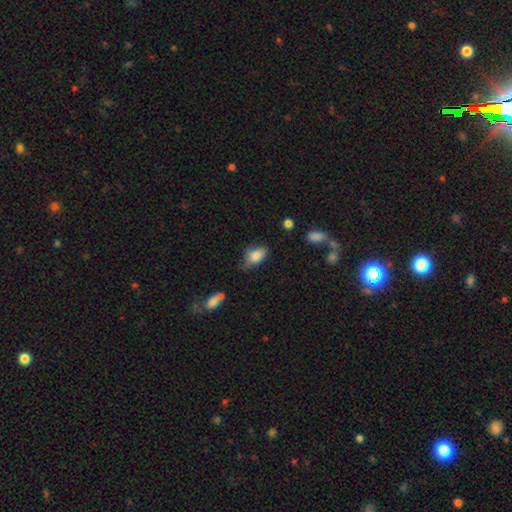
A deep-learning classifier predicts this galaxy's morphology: Smooth or featured?
  - smooth: 83% *
  - featured or disk: 9%
  - star or artifact: 8%
How rounded?
  - in between: 87% *
  - round: 10%
  - cigar-shaped: 3%
Merging?
  - none: 53% *
  - minor disturbance: 35%
  - major disturbance: 9%
  - merger: 3%